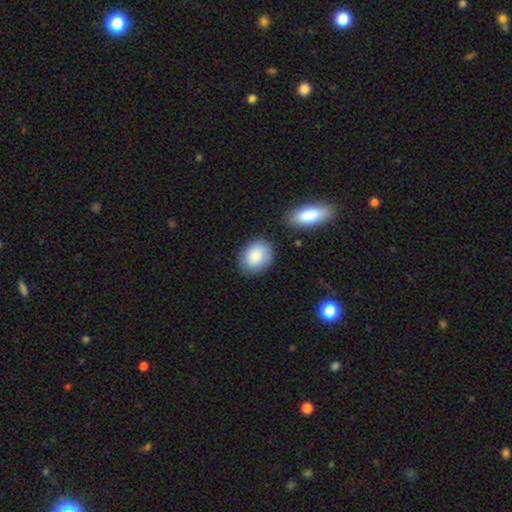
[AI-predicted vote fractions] smooth-or-featured: smooth: 86% | featured or disk: 7% | star or artifact: 7%
  how-rounded: in between: 59% | round: 40% | cigar-shaped: 1%
  merging: none: 76% | minor disturbance: 15% | merger: 5% | major disturbance: 4%